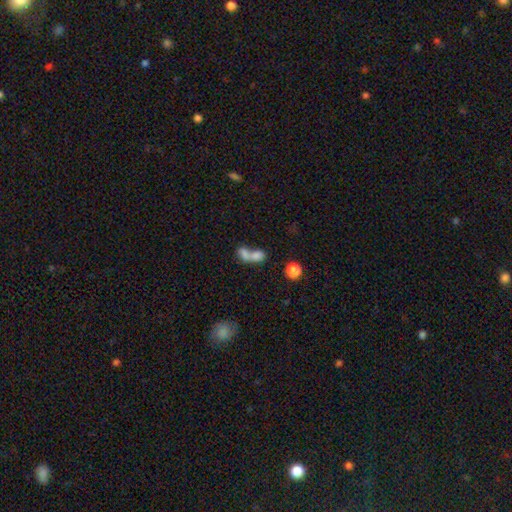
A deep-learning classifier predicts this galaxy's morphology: Smooth or featured: smooth — 73% (featured or disk — 16%)
How rounded: in between — 71% (round — 24%)
Merging: merger — 73% (none — 17%)